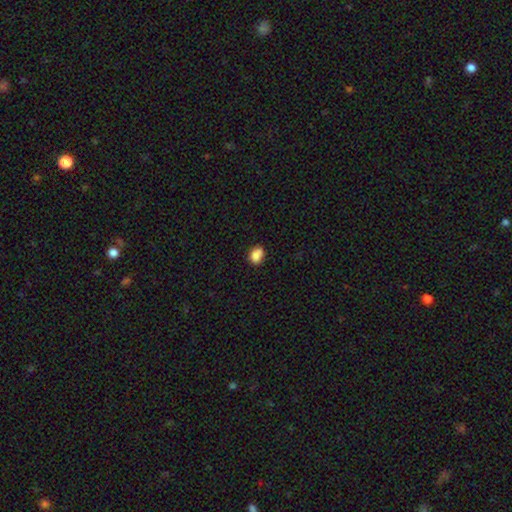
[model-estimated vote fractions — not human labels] Smooth or featured?
  - smooth: 83% *
  - star or artifact: 10%
  - featured or disk: 7%
How rounded?
  - in between: 54% *
  - round: 45%
  - cigar-shaped: 1%
Merging?
  - none: 62% *
  - minor disturbance: 22%
  - merger: 11%
  - major disturbance: 5%